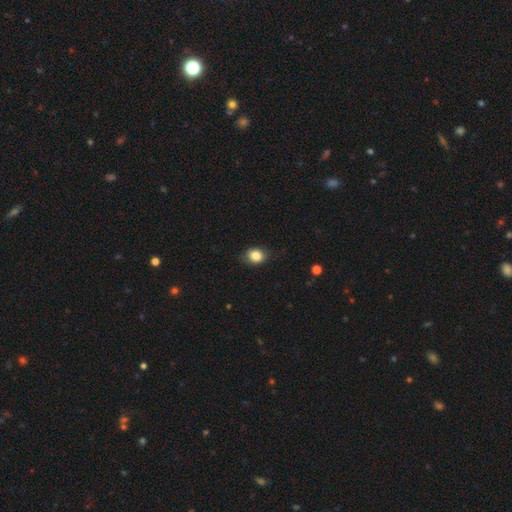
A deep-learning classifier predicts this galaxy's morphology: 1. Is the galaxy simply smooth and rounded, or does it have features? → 85% smooth, 9% star or artifact, 6% featured or disk.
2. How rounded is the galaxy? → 50% in between, 49% round, 1% cigar-shaped.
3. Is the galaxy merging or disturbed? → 79% none, 16% minor disturbance, 4% major disturbance, 1% merger.